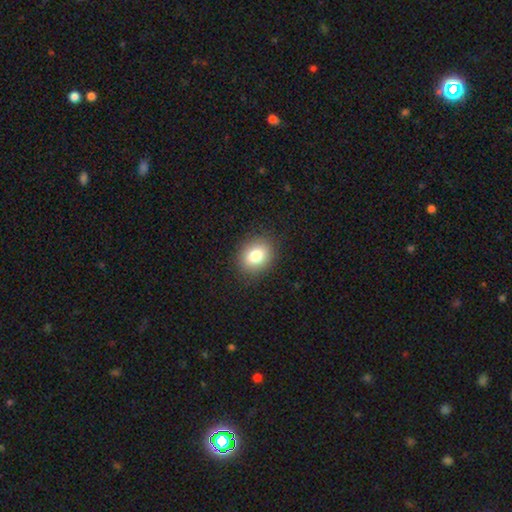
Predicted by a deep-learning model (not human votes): A smooth galaxy with no disk features (81%) that is in between round and cigar-shaped (52%). Merging: none (88%).